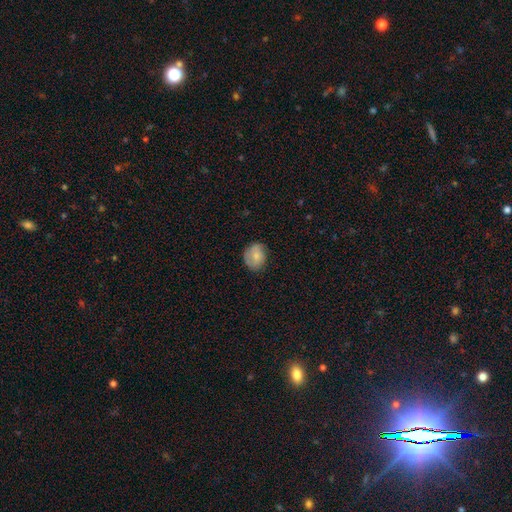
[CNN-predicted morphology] smooth 72%, featured or disk 21%, star or artifact 7%. Down the decision tree: how rounded — round (56%); merging — none (71%).